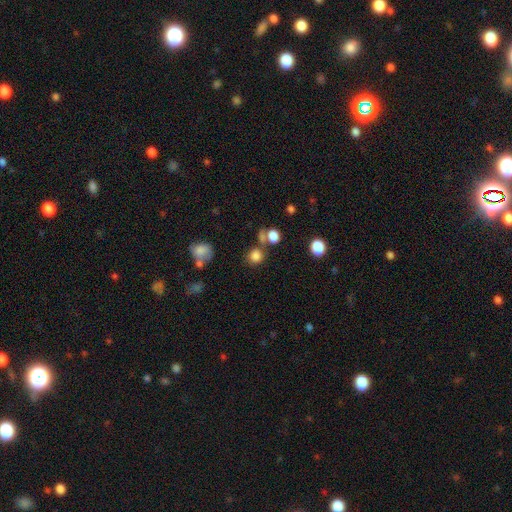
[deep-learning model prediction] smooth 81%, star or artifact 13%, featured or disk 6%. Down the decision tree: how rounded — round (83%); merging — none (65%).